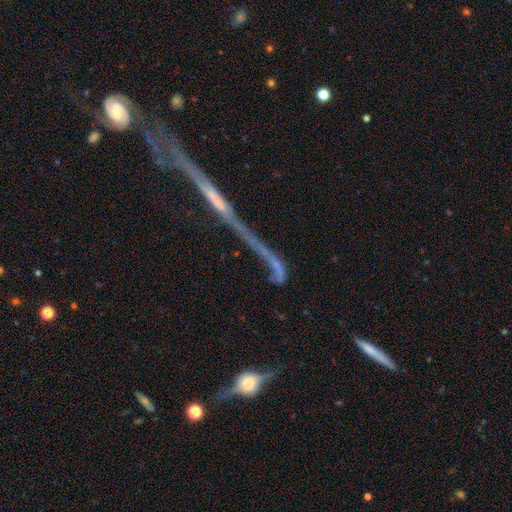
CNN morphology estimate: Smooth or featured? featured or disk (69%)
Edge-on disk? yes (71%)
Merging? none (38%)